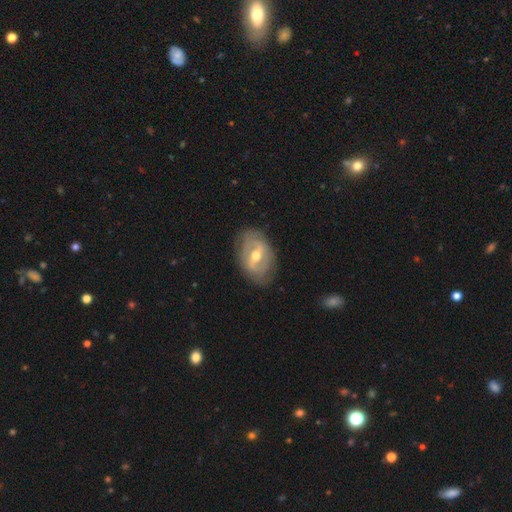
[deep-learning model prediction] featured or disk 73%, smooth 21%, star or artifact 6%. Down the decision tree: edge-on disk — no (93%); bar — strong (50%); spiral arms — yes (53%); bulge size — moderate (73%); merging — none (76%).